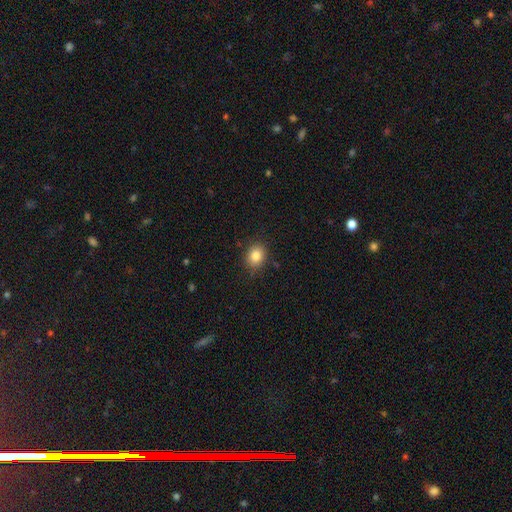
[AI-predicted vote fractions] Morphology: type=smooth (84%); roundness=round (52%); merging=none (84%).